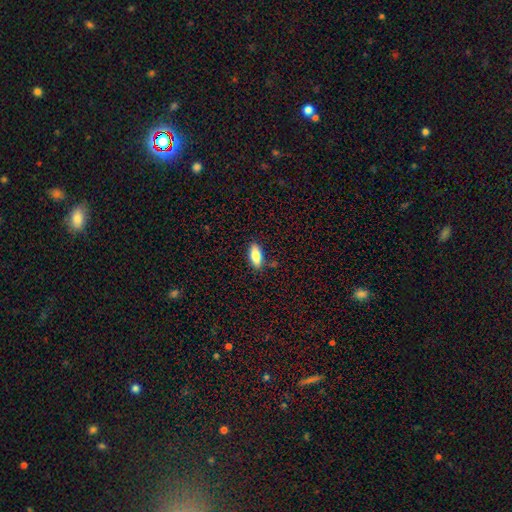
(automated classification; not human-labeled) The model was most divided on "how rounded": in between: 80%, cigar-shaped: 18%, round: 2%. More confident: merging — none (85%); smooth or featured — smooth (78%).